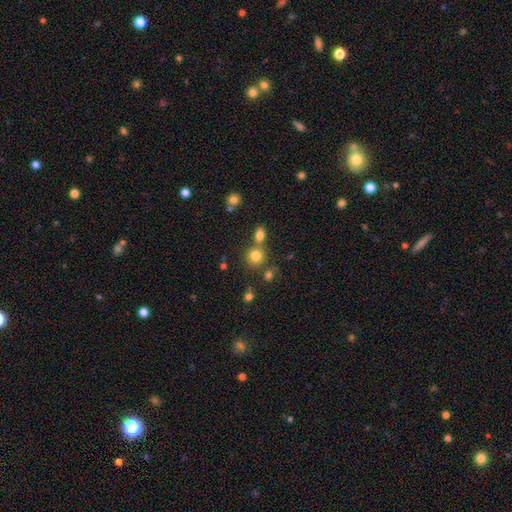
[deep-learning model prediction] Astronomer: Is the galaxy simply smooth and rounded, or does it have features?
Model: smooth — 78%.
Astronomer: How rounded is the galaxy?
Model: round — 85%.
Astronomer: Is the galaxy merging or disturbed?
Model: none — 62%.